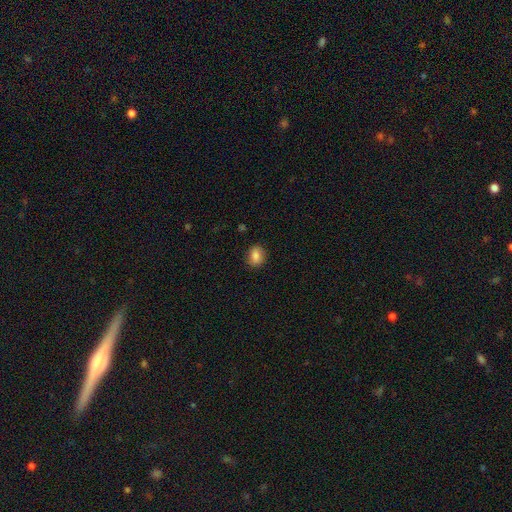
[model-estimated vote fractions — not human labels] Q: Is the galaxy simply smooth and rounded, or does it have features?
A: smooth — 83%.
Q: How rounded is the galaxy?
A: in between — 61%.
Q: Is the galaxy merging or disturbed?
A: none — 85%.